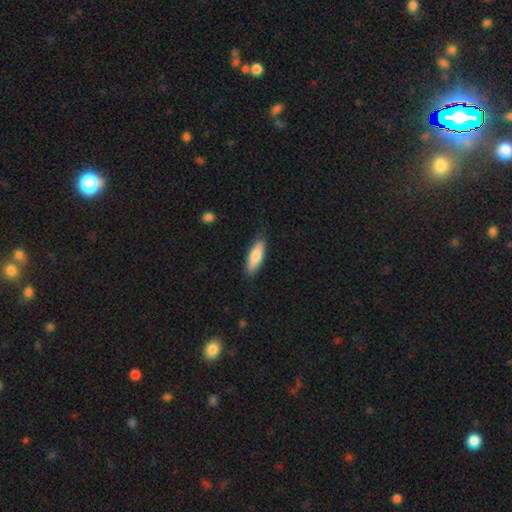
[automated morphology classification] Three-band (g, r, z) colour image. It shows a smooth galaxy with no disk features (76%) that is in between round and cigar-shaped (51%). Merging: none (83%).